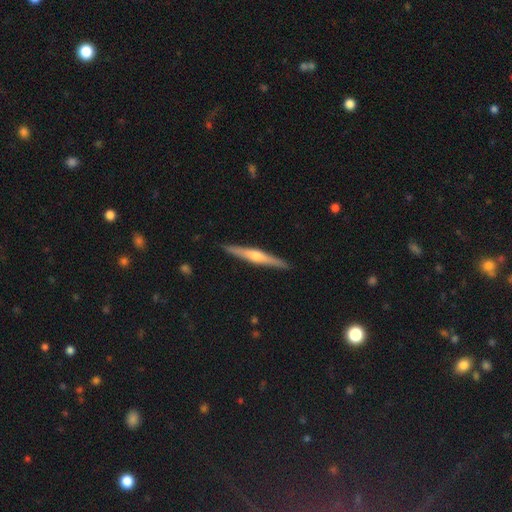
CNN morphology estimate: Smooth or featured? Predicted: featured or disk (p=0.68). Edge-on disk? Predicted: yes (p=0.97). Edge-on bulge? Predicted: rounded (p=0.86). Merging? Predicted: none (p=0.91).